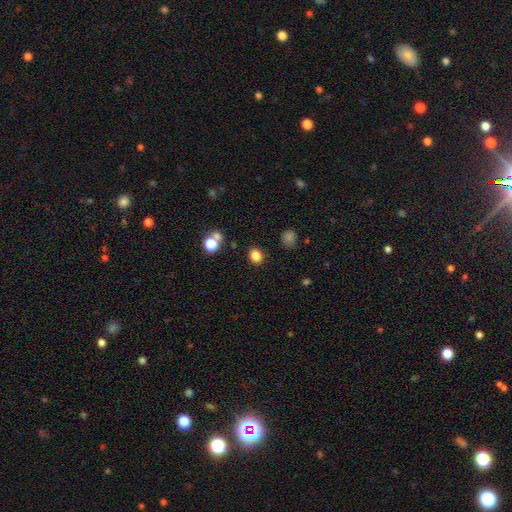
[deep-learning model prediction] Smooth or featured?
  - smooth: 83% *
  - star or artifact: 12%
  - featured or disk: 5%
How rounded?
  - round: 53% *
  - in between: 46%
  - cigar-shaped: 1%
Merging?
  - none: 86% *
  - minor disturbance: 8%
  - merger: 3%
  - major disturbance: 3%